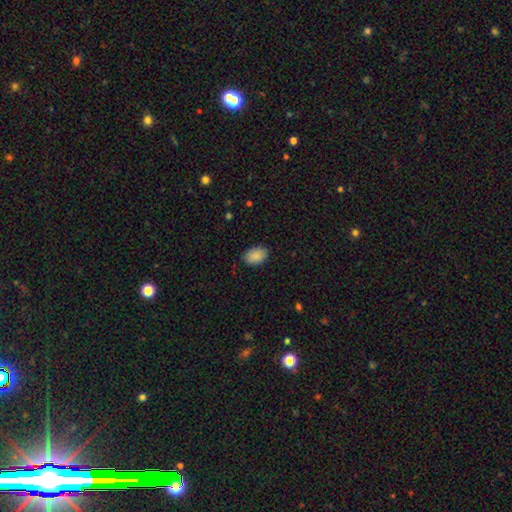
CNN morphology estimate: smooth_or_featured: smooth (p=0.89) [alt: star or artifact p=0.07]
how_rounded: in between (p=0.86) [alt: round p=0.13]
merging: none (p=0.86) [alt: minor disturbance p=0.11]